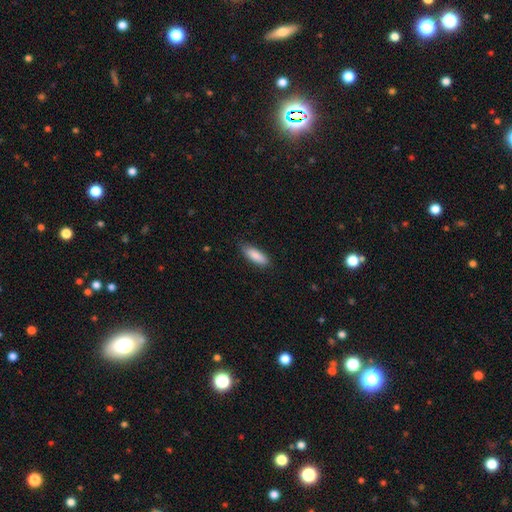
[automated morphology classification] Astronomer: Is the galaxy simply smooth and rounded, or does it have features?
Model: smooth — 87%.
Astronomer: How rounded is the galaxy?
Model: in between — 59% (runner-up: cigar-shaped, 40%).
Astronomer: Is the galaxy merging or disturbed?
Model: none — 82%.